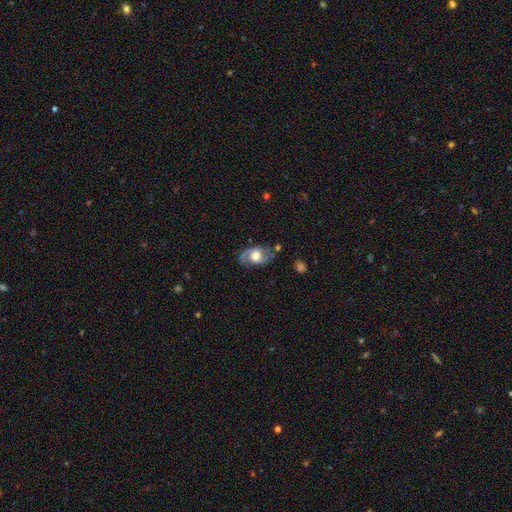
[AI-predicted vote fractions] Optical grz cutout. It shows a featured or disk galaxy (71%) with no bar (54%), 2 (83%) medium (47%) spiral arms (87%) and a moderate central bulge (50%). Merging: none (67%).